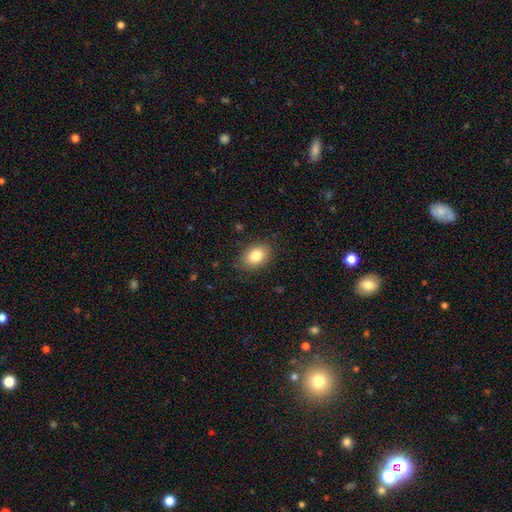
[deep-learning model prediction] Smooth or featured?
  - smooth: 84% *
  - star or artifact: 8%
  - featured or disk: 8%
How rounded?
  - in between: 77% *
  - round: 22%
  - cigar-shaped: 1%
Merging?
  - none: 86% *
  - minor disturbance: 11%
  - major disturbance: 3%
  - merger: 1%